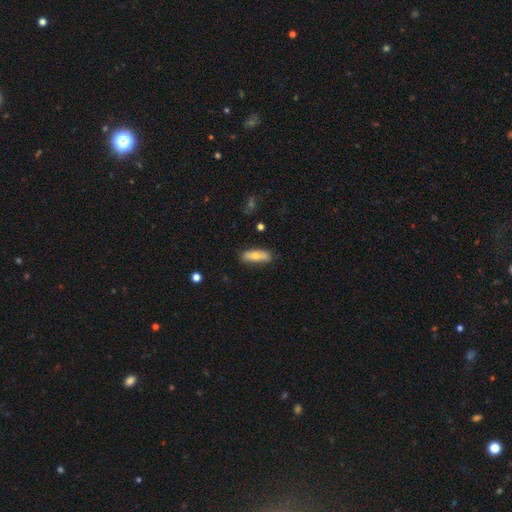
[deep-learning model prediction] A smooth galaxy with no disk features (66%) that is in between round and cigar-shaped (54%).

Vote fractions:
- Smooth or featured? smooth: 66% / featured or disk: 28% / star or artifact: 6%
- How rounded? in between: 54% / cigar-shaped: 43% / round: 3%
- Merging? none: 77% / minor disturbance: 17% / major disturbance: 3% / merger: 3%